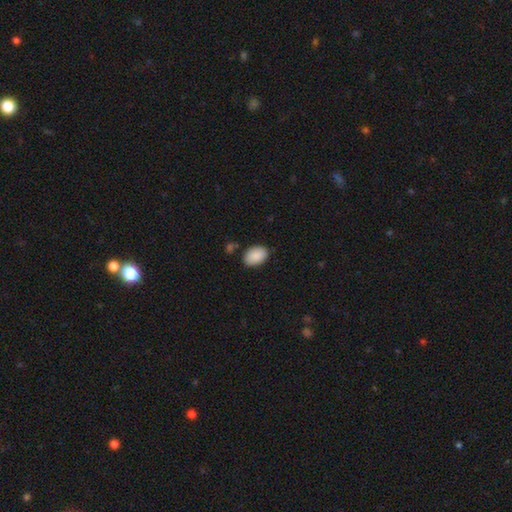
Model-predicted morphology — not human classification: Overall: smooth (90%). How rounded: in between (88%). Merging: none (82%).